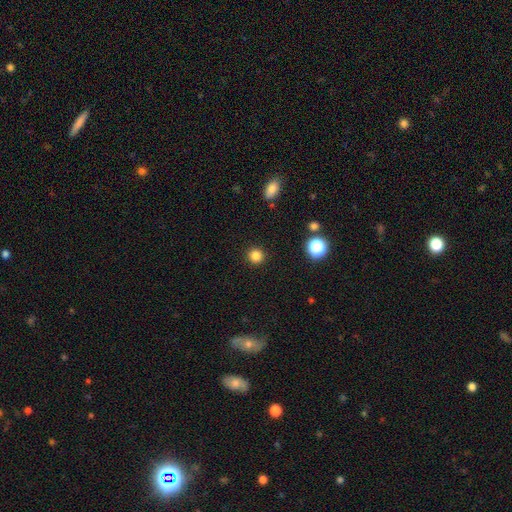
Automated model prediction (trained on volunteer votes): The model was most divided on "smooth or featured": smooth: 83%, star or artifact: 13%, featured or disk: 4%. More confident: how rounded — round (94%); merging — none (92%).